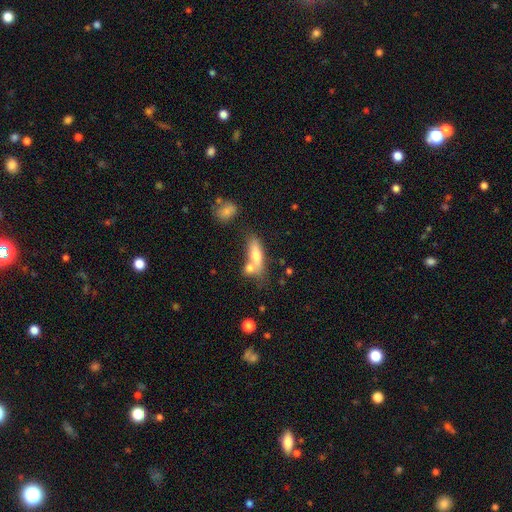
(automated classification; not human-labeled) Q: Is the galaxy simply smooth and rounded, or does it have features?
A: smooth — 64%.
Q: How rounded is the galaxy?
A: in between — 53%.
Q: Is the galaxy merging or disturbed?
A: none — 44%.